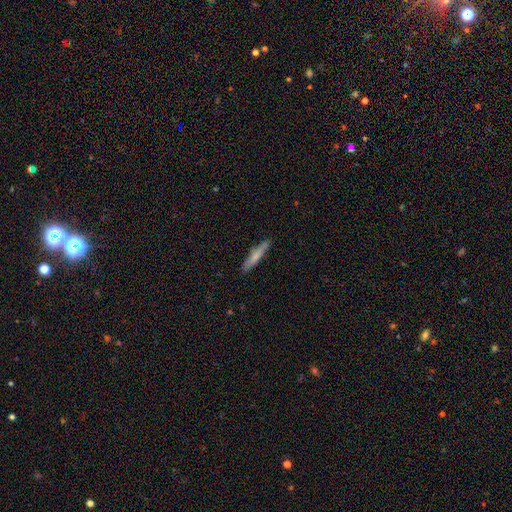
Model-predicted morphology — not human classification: A smooth galaxy with no disk features (71%) that is cigar-shaped (93%).

Vote fractions:
- Smooth or featured? smooth: 71% / featured or disk: 23% / star or artifact: 6%
- How rounded? cigar-shaped: 93% / in between: 6% / round: 1%
- Merging? none: 86% / minor disturbance: 10% / major disturbance: 2% / merger: 1%